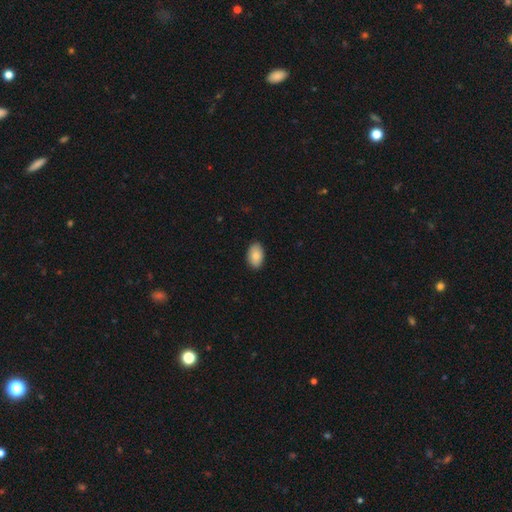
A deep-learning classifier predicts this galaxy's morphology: Smooth or featured: smooth — 87% (featured or disk — 7%)
How rounded: in between — 92% (round — 7%)
Merging: none — 88% (minor disturbance — 9%)